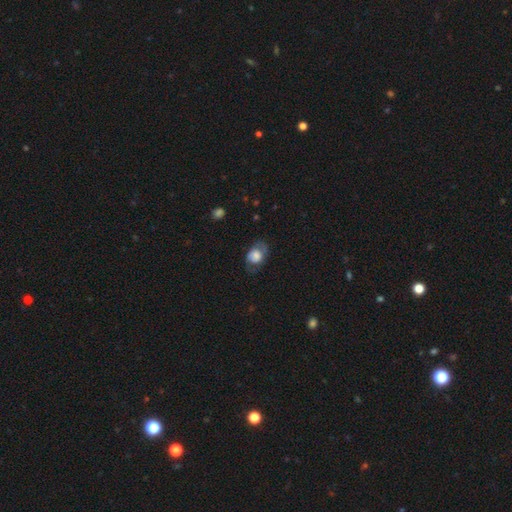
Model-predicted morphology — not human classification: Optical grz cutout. It shows a smooth galaxy with no disk features (62%) that is in between round and cigar-shaped (69%). Merging: none (60%).